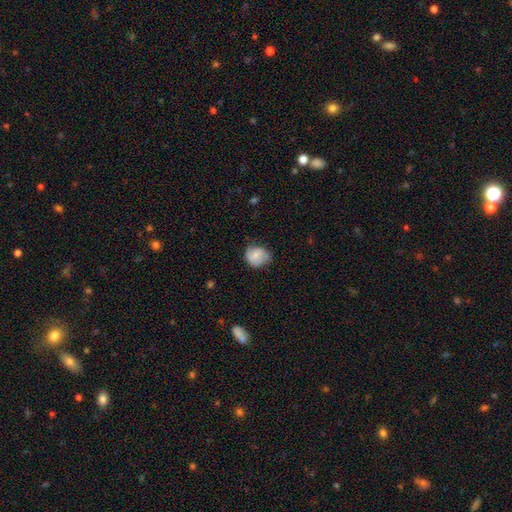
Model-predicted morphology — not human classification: A smooth galaxy with no disk features (62%) that is round (66%).

Vote fractions:
- Smooth or featured? smooth: 62% / featured or disk: 31% / star or artifact: 7%
- How rounded? round: 66% / in between: 33% / cigar-shaped: 1%
- Merging? none: 57% / minor disturbance: 33% / major disturbance: 9% / merger: 1%